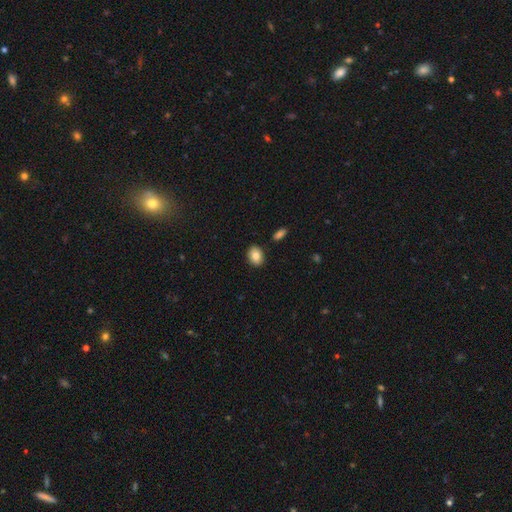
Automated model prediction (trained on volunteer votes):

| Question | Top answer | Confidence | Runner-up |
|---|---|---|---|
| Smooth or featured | smooth | 82% | featured or disk (10%) |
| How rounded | in between | 56% | round (43%) |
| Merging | none | 88% | minor disturbance (8%) |